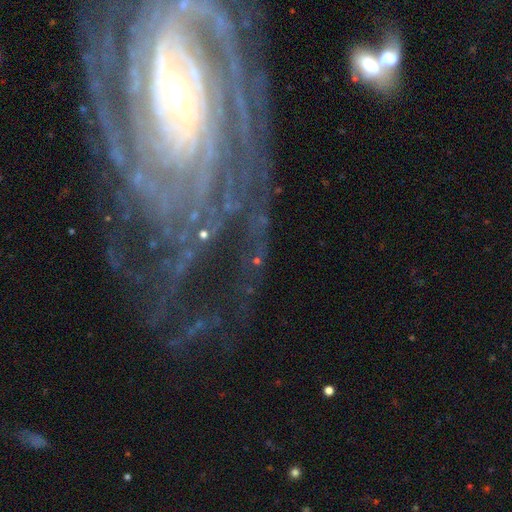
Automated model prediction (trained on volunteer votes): smooth-or-featured: featured or disk: 85% | star or artifact: 9% | smooth: 6%
  disk-edge-on: no: 94% | yes: 6%
    bar: no: 48% | weak: 29% | strong: 23%
    has-spiral-arms: yes: 95% | no: 5%
      spiral-winding: tight: 74% | medium: 20% | loose: 7%
      spiral-arm-count: can't tell: 30% | more than 4: 21% | 4: 14% | 2: 13% | 3: 12% | 1: 9%
    bulge-size: small: 65% | moderate: 27% | large: 4% | none: 3% | dominant: 2%
  merging: none: 69% | minor disturbance: 14% | major disturbance: 14% | merger: 3%